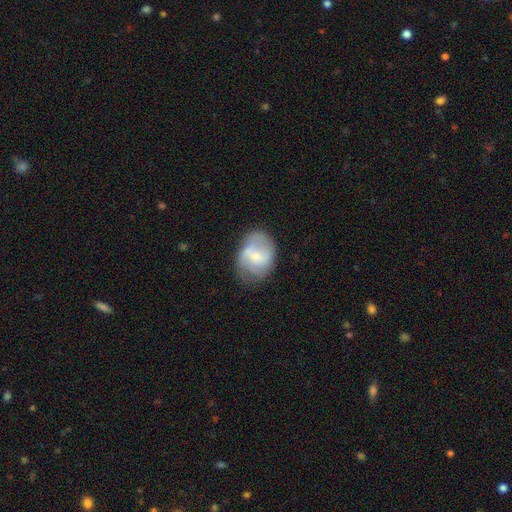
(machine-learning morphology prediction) Smooth or featured: featured or disk — 54% (smooth — 38%)
Edge-on disk: no — 97% (yes — 3%)
Bar: no — 51% (weak — 39%)
Spiral arms: yes — 75% (no — 25%)
Bulge size: small — 64% (moderate — 31%)
Merging: none — 61% (minor disturbance — 25%)